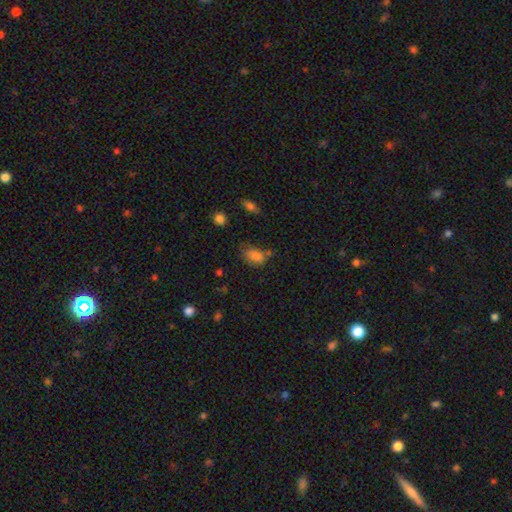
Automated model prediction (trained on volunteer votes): smooth 80%, star or artifact 11%, featured or disk 9%. Down the decision tree: how rounded — in between (84%); merging — none (49%).